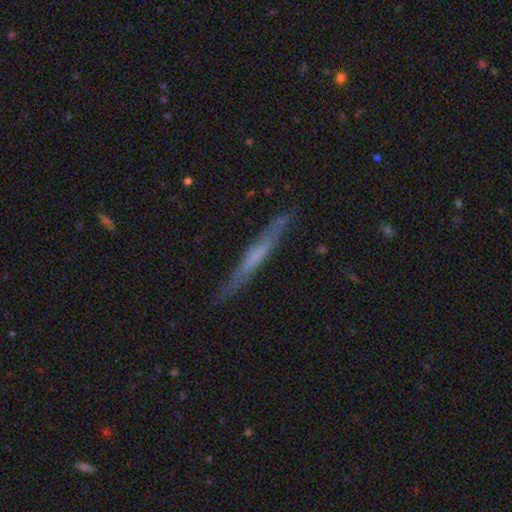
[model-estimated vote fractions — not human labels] Smooth or featured: featured or disk — 54% (smooth — 40%)
Edge-on disk: yes — 93% (no — 7%)
Edge-on bulge: none — 68% (boxy — 17%)
Merging: none — 85% (minor disturbance — 11%)